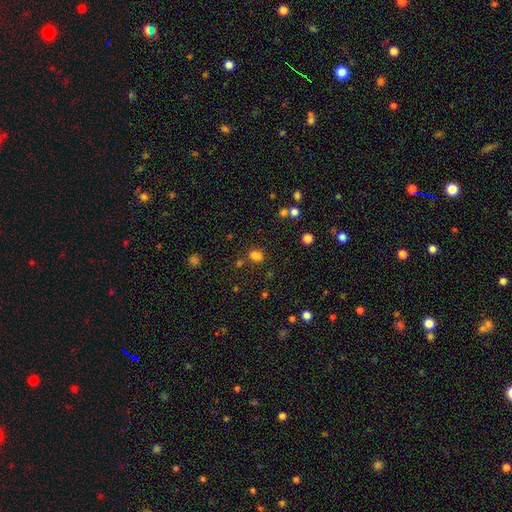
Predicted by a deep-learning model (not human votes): Smooth or featured?
  - smooth: 75% *
  - star or artifact: 20%
  - featured or disk: 5%
How rounded?
  - in between: 62% *
  - round: 37%
  - cigar-shaped: 2%
Merging?
  - none: 70% *
  - minor disturbance: 14%
  - merger: 11%
  - major disturbance: 5%